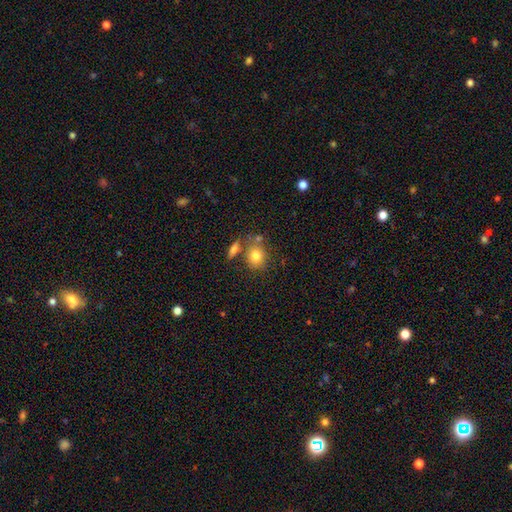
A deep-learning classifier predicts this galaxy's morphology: Smooth or featured?
  - smooth: 79% *
  - featured or disk: 12%
  - star or artifact: 9%
How rounded?
  - round: 65% *
  - in between: 33%
  - cigar-shaped: 2%
Merging?
  - none: 62% *
  - merger: 20%
  - minor disturbance: 14%
  - major disturbance: 5%